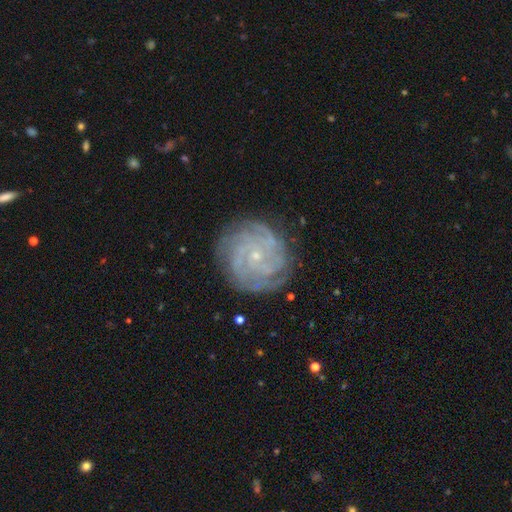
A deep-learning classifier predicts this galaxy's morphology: Smooth or featured? Predicted: featured or disk (p=0.85). Edge-on disk? Predicted: no (p=0.97). Bar? Predicted: no (p=0.76). Spiral arms? Predicted: yes (p=0.97). Spiral winding? Predicted: tight (p=0.77). Spiral arm count? Predicted: 4 (p=0.28). Bulge size? Predicted: small (p=0.86). Merging? Predicted: none (p=0.83).